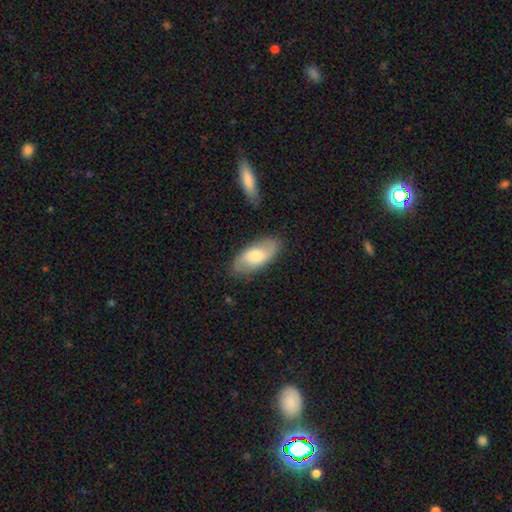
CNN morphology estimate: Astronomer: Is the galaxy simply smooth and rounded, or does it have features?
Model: smooth — 61%.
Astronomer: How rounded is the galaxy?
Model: in between — 88%.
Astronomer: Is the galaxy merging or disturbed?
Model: none — 81%.